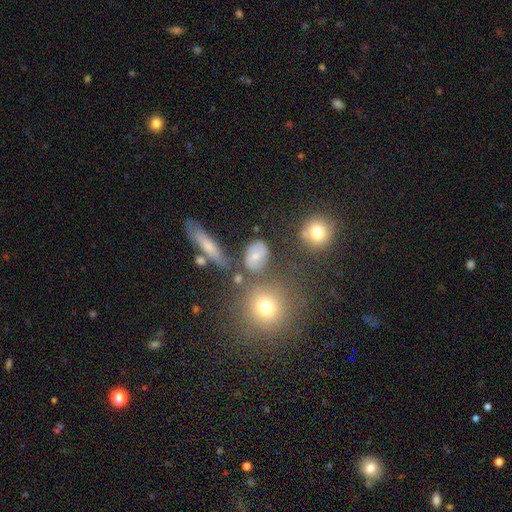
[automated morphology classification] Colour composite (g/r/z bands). It shows a smooth galaxy with no disk features (51%) that is in between round and cigar-shaped (53%). Merging: none (65%).